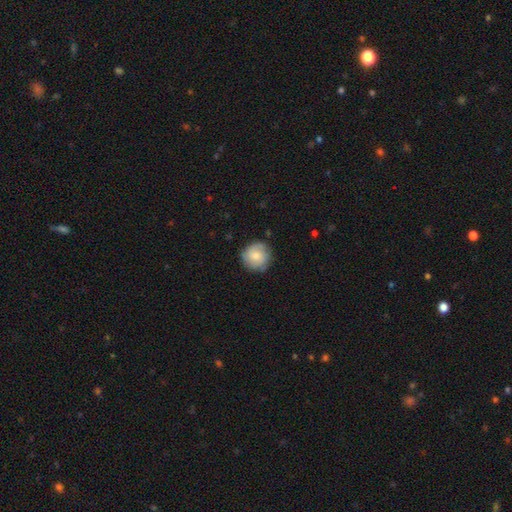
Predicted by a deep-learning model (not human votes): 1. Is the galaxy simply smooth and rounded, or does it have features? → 69% smooth, 24% featured or disk, 7% star or artifact.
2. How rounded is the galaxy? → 92% round, 7% in between, 1% cigar-shaped.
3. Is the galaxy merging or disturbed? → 80% none, 15% minor disturbance, 3% major disturbance, 1% merger.